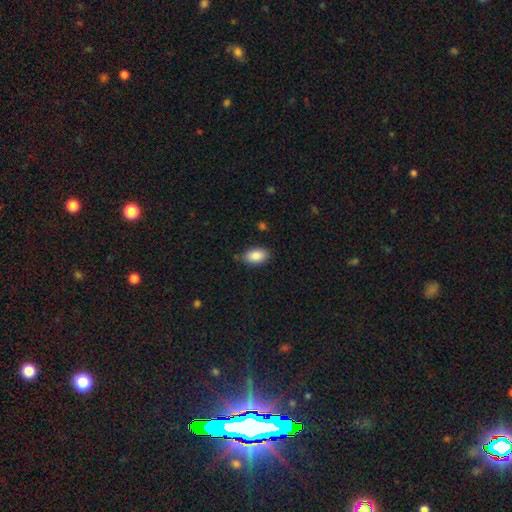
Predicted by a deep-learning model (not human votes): smooth-or-featured: smooth: 88% | star or artifact: 7% | featured or disk: 5%
  how-rounded: in between: 92% | round: 6% | cigar-shaped: 2%
  merging: none: 79% | minor disturbance: 16% | major disturbance: 3% | merger: 2%